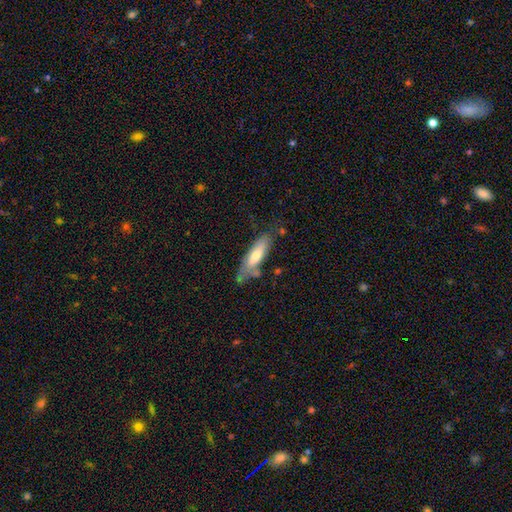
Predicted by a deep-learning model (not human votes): Smooth or featured?
  - smooth: 56% *
  - featured or disk: 38%
  - star or artifact: 6%
How rounded?
  - cigar-shaped: 57% *
  - in between: 41%
  - round: 2%
Merging?
  - none: 60% *
  - minor disturbance: 26%
  - major disturbance: 8%
  - merger: 6%